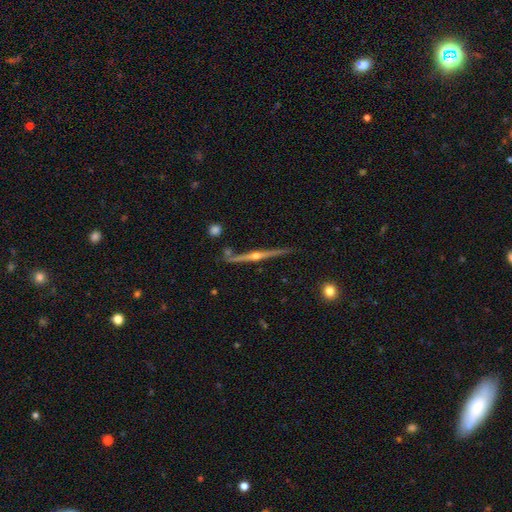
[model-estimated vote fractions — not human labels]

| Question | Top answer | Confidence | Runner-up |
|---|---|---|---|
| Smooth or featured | featured or disk | 87% | smooth (7%) |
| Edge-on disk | yes | 98% | no (2%) |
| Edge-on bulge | rounded | 93% | none (4%) |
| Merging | none | 81% | minor disturbance (12%) |